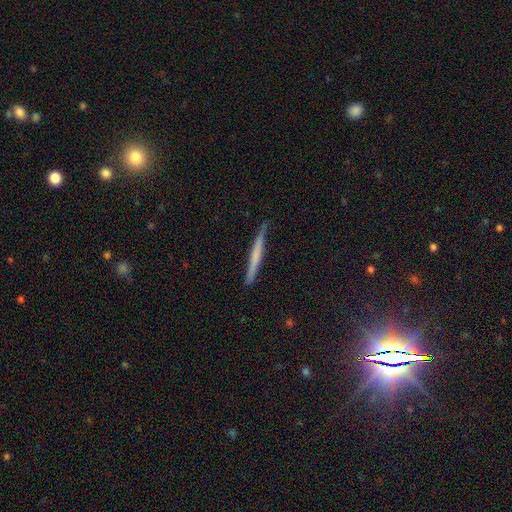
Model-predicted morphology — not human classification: This appears to be a featured or disk galaxy (47%). Merging: none (87%).